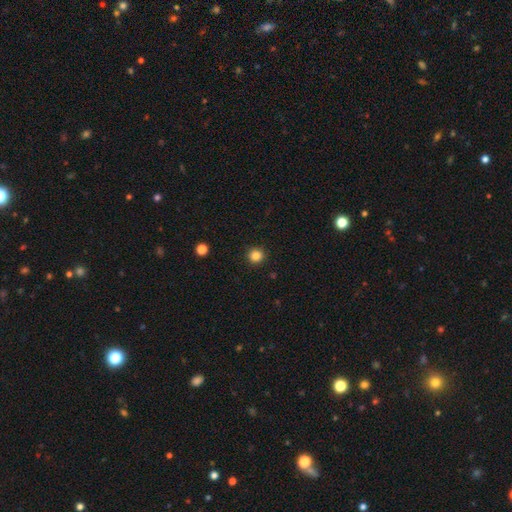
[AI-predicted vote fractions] A smooth galaxy with no disk features (84%) that is round (95%). Merging: none (92%).